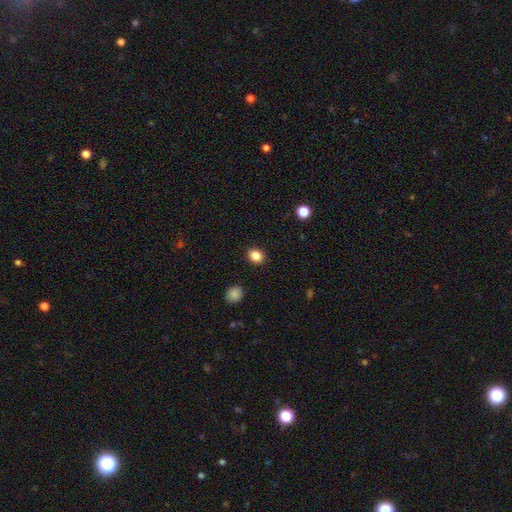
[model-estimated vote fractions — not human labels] Q: Smooth or featured?
A: smooth (86%); runner-up: star or artifact (10%)
Q: How rounded?
A: round (55%); runner-up: in between (44%)
Q: Merging?
A: none (89%); runner-up: minor disturbance (7%)